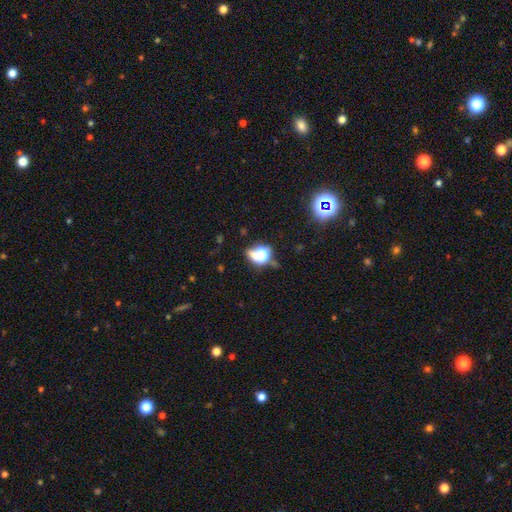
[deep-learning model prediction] Overall: smooth (52%; star or artifact 33%). How rounded: round (56%; in between 40%). Merging: none (49%; merger 19%).